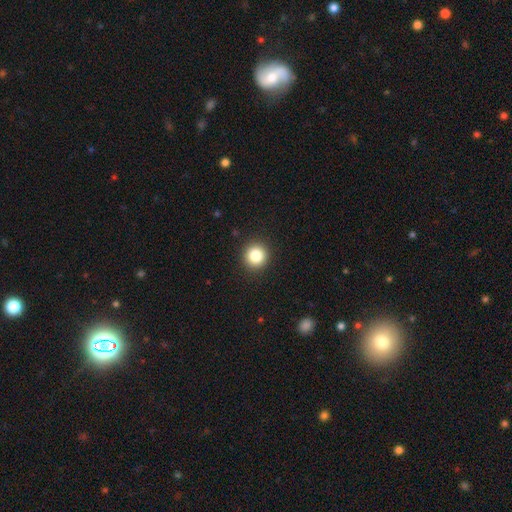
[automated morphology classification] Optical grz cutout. It shows a smooth galaxy with no disk features (85%) that is round (93%). Merging: none (92%).